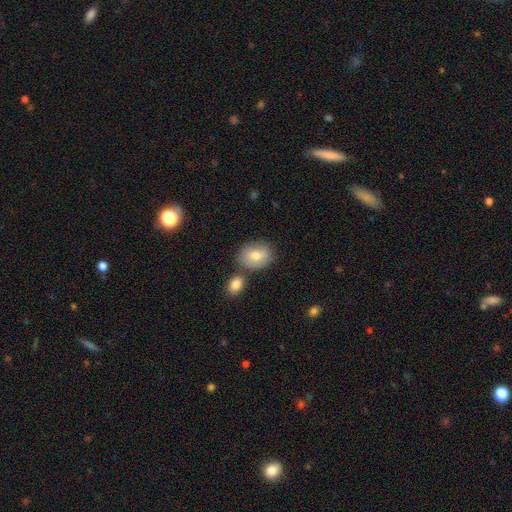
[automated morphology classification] Q: Smooth or featured?
A: smooth (79%); runner-up: featured or disk (14%)
Q: How rounded?
A: in between (66%); runner-up: round (33%)
Q: Merging?
A: none (66%); runner-up: merger (17%)